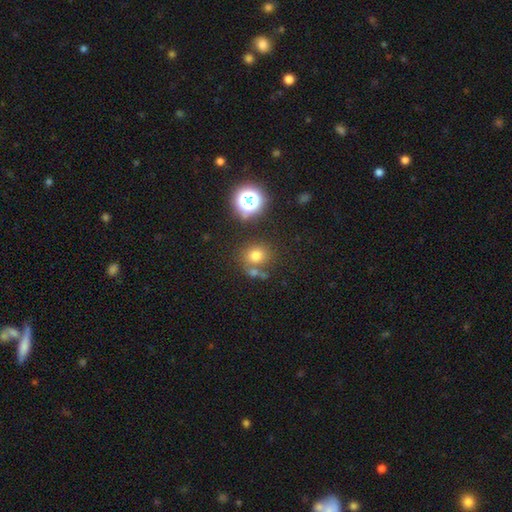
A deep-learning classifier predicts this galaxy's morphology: Smooth or featured? Predicted: smooth (p=0.71). How rounded? Predicted: round (p=0.77). Merging? Predicted: none (p=0.66).